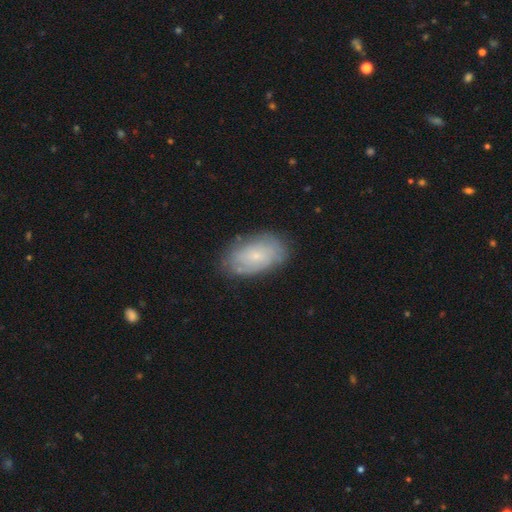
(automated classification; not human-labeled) smooth 50%, featured or disk 42%, star or artifact 8%. Down the decision tree: how rounded — in between (92%); merging — none (77%).